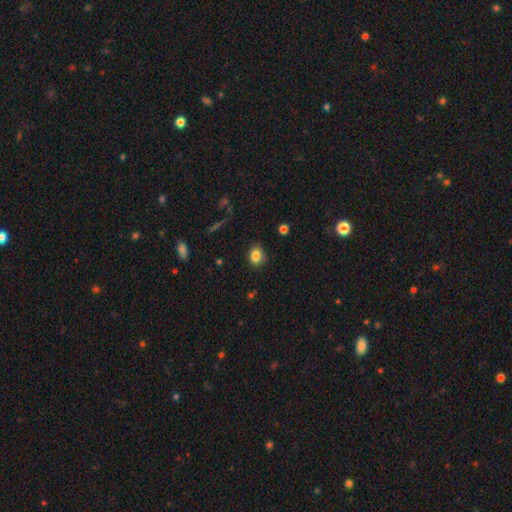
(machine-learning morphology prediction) smooth-or-featured: smooth: 84% | star or artifact: 10% | featured or disk: 6%
  how-rounded: in between: 56% | round: 43% | cigar-shaped: 1%
  merging: none: 85% | minor disturbance: 11% | major disturbance: 3% | merger: 1%